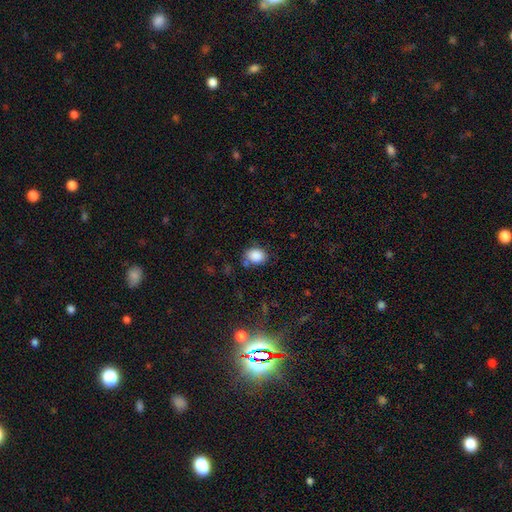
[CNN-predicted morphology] Overall: smooth (86%). How rounded: in between (50%; round 49%). Merging: none (66%).